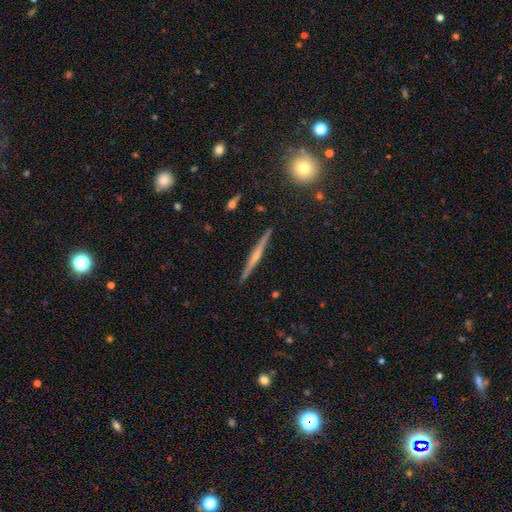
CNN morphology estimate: Q: Smooth or featured?
A: featured or disk (76%); runner-up: smooth (17%)
Q: Edge-on disk?
A: yes (98%); runner-up: no (2%)
Q: Edge-on bulge?
A: rounded (73%); runner-up: none (19%)
Q: Merging?
A: none (91%); runner-up: minor disturbance (6%)